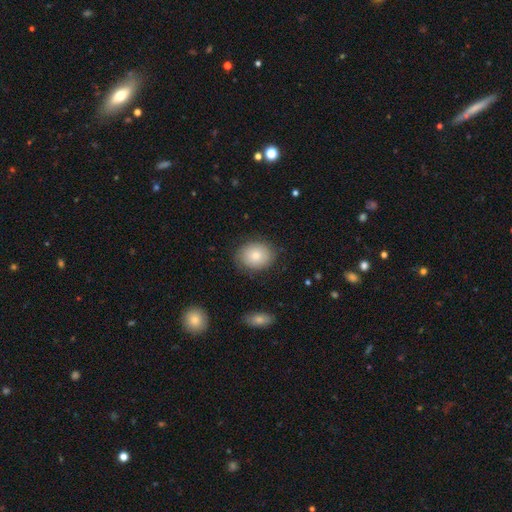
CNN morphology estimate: Q: Smooth or featured?
A: smooth (79%); runner-up: featured or disk (13%)
Q: How rounded?
A: round (54%); runner-up: in between (45%)
Q: Merging?
A: none (83%); runner-up: minor disturbance (12%)